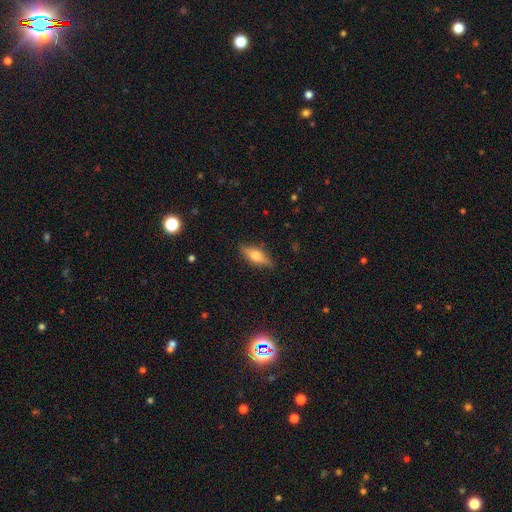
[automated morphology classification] This appears to be a smooth galaxy with no disk features (58%) that is in between round and cigar-shaped (63%). Merging: none (82%).